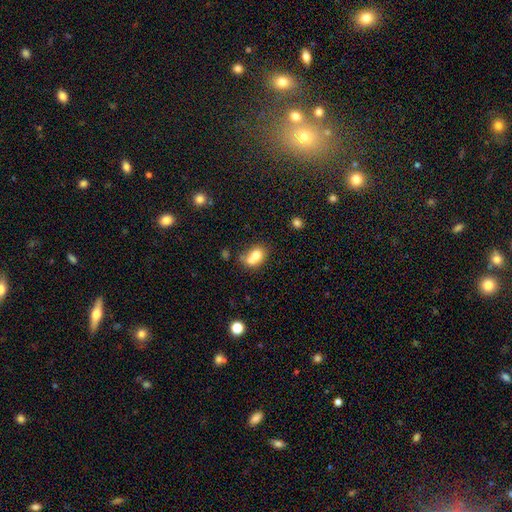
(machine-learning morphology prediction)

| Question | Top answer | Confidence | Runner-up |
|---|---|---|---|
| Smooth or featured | smooth | 72% | featured or disk (18%) |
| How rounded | in between | 56% | round (43%) |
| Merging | merger | 52% | none (29%) |